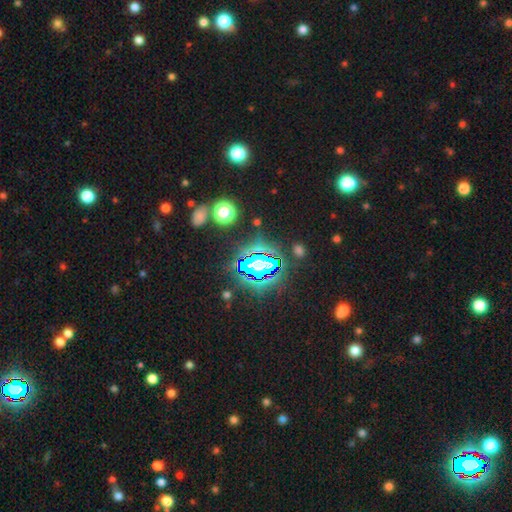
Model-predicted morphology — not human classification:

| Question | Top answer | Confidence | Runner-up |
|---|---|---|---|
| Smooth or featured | star or artifact | 79% | smooth (13%) |